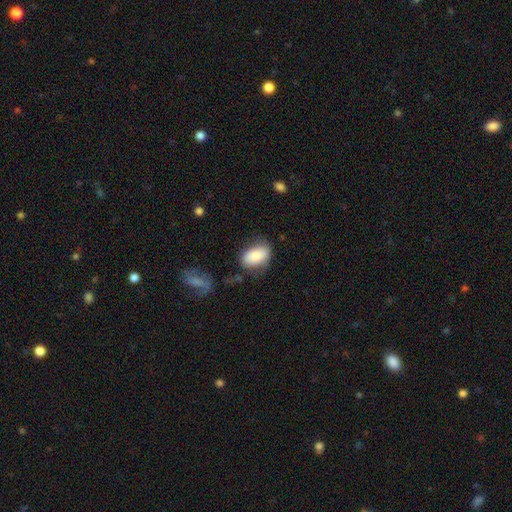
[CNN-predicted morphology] type=smooth (79%); roundness=in between (89%); merging=none (66%).